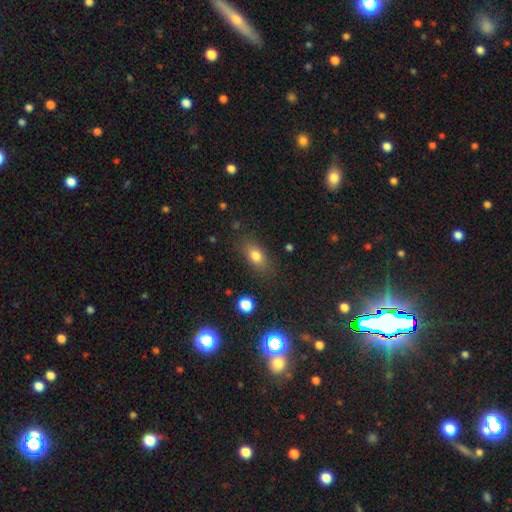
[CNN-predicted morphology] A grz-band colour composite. It shows a smooth galaxy with no disk features (78%) that is in between round and cigar-shaped (79%). Merging: none (80%).